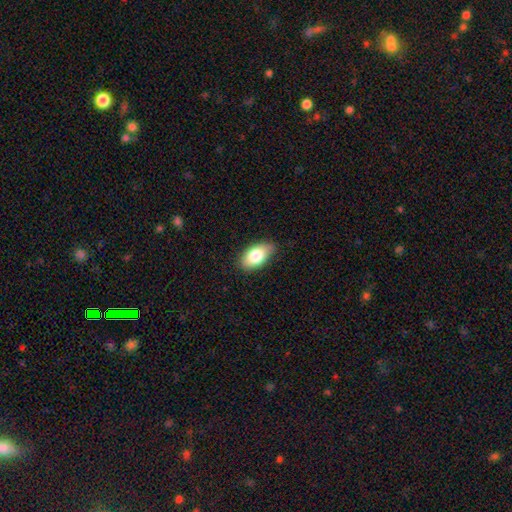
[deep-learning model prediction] This is clearly a smooth galaxy (81%). How rounded: clearly in between (93%). Merging: likely none (78%).